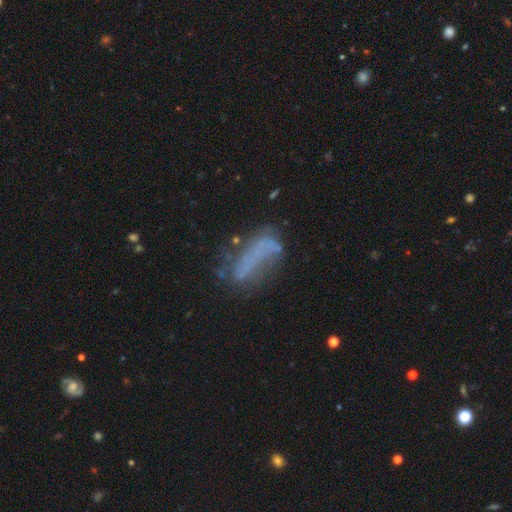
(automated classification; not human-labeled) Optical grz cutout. It shows a featured or disk galaxy (43%). Merging: none (44%).